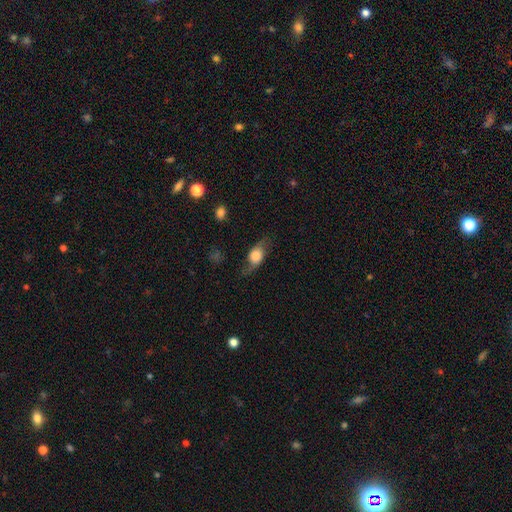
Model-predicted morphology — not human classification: A smooth galaxy with no disk features (49%). Merging: none (67%).